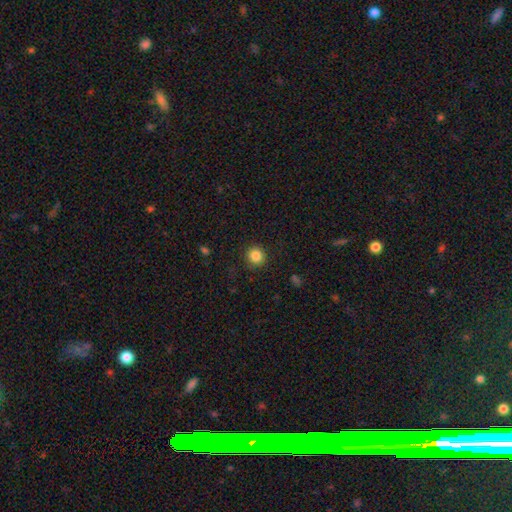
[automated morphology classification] This is clearly a smooth galaxy (85%). How rounded: clearly round (92%). Merging: clearly none (90%).